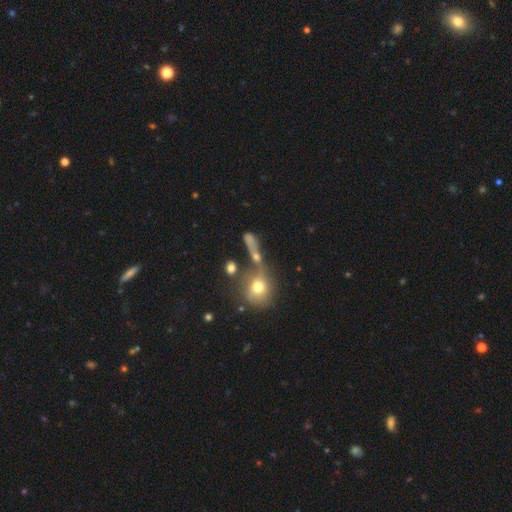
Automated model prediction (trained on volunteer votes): Smooth or featured? smooth (54%)
How rounded? round (45%)
Merging? none (37%)